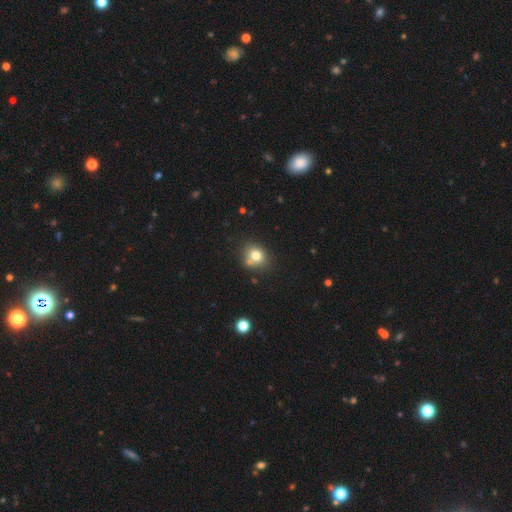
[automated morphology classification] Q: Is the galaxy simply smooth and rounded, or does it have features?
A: smooth — 76%.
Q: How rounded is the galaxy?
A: round — 74%.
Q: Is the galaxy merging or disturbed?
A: none — 62%.